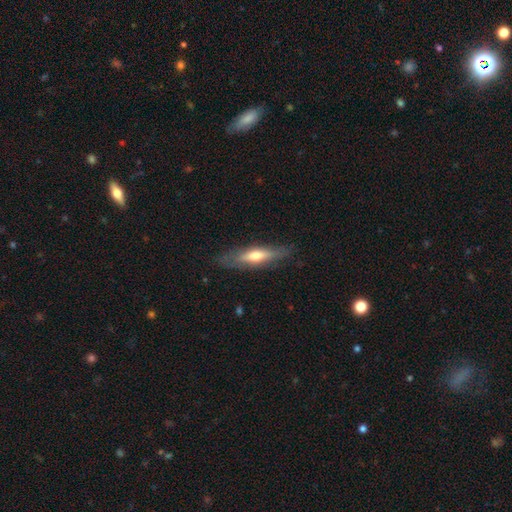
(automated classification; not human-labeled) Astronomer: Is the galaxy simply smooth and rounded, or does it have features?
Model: smooth — 50% (runner-up: featured or disk, 44%).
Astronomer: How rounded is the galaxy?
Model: cigar-shaped — 71%.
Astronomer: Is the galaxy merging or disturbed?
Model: none — 80%.